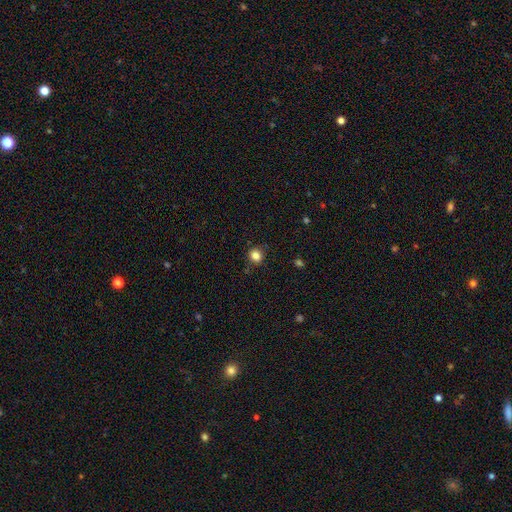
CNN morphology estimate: Smooth or featured? Predicted: smooth (p=0.83). How rounded? Predicted: round (p=0.83). Merging? Predicted: none (p=0.86).